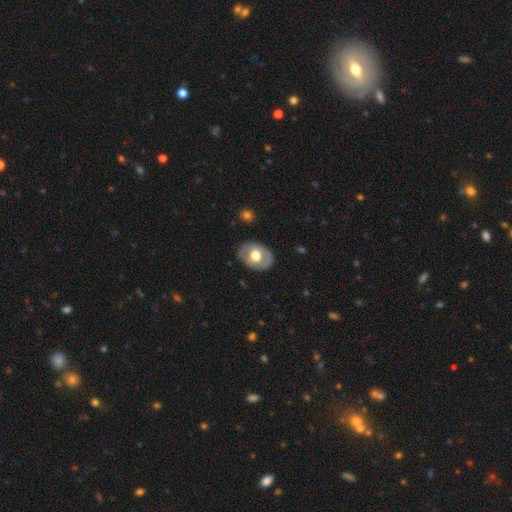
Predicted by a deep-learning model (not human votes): smooth_or_featured: smooth (p=0.51) [alt: featured or disk p=0.43]
how_rounded: in between (p=0.69) [alt: round p=0.30]
merging: none (p=0.82) [alt: minor disturbance p=0.13]